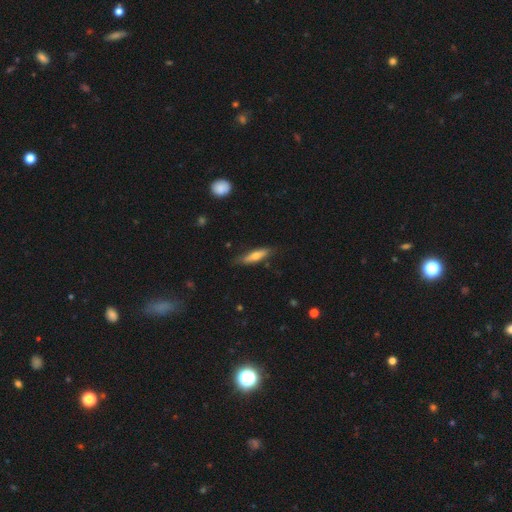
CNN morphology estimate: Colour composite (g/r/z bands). It shows a smooth galaxy with no disk features (55%) that is cigar-shaped (73%). Merging: none (77%).